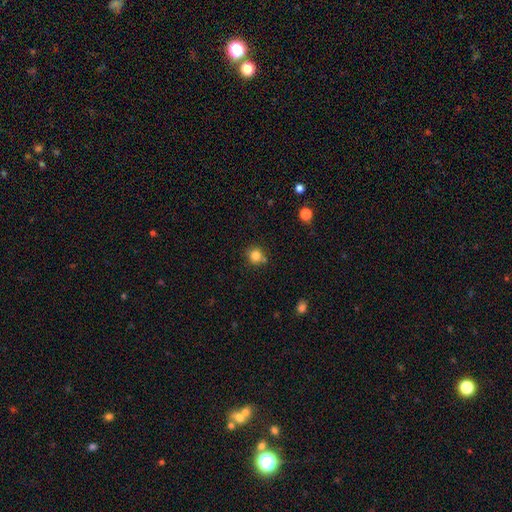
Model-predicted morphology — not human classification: Smooth or featured? smooth (82%)
How rounded? round (91%)
Merging? none (75%)